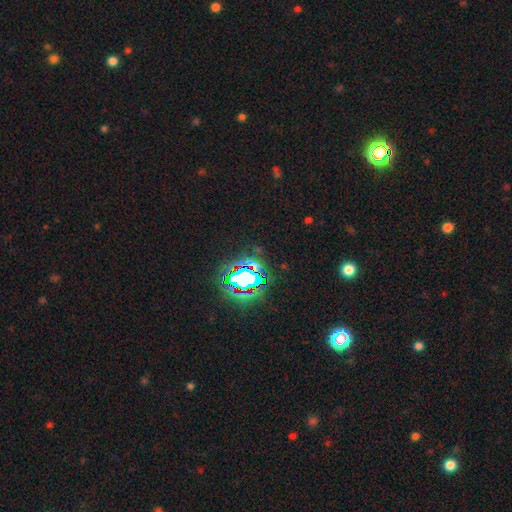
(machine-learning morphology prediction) Smooth or featured? Predicted: star or artifact (p=0.82).